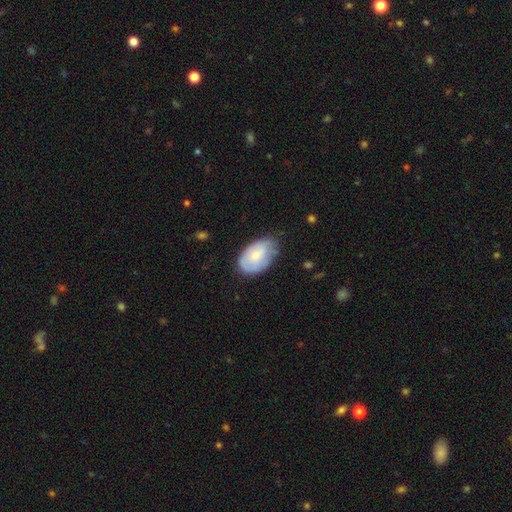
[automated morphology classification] type=smooth (62%); roundness=in between (90%); merging=none (58%).